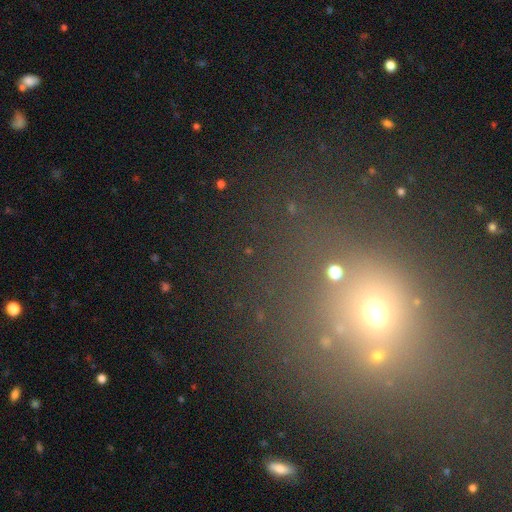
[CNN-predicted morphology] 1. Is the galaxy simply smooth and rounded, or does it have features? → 53% star or artifact, 35% smooth, 11% featured or disk.